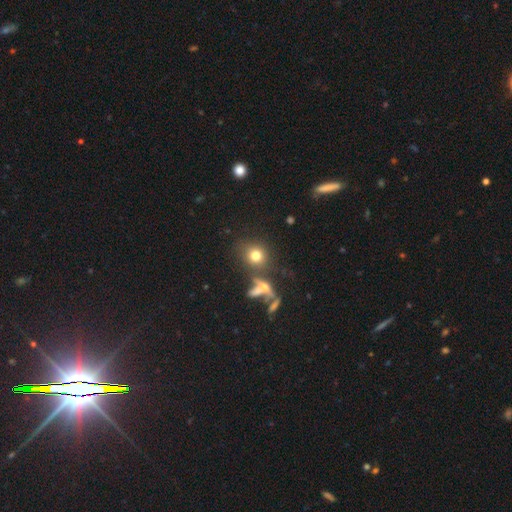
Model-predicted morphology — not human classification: Smooth or featured? Predicted: smooth (p=0.73). How rounded? Predicted: round (p=0.83). Merging? Predicted: none (p=0.69).